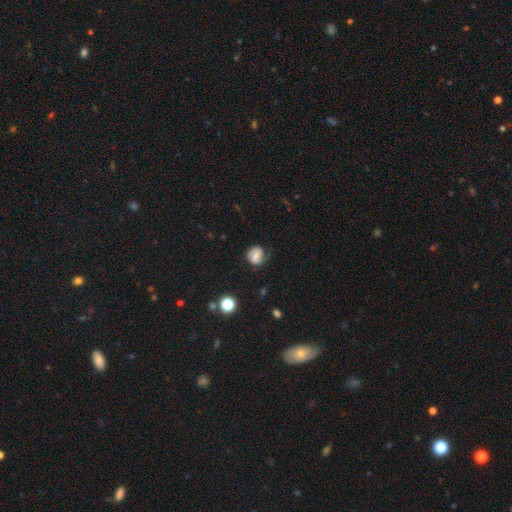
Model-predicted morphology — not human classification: Smooth or featured? Predicted: smooth (p=0.52). How rounded? Predicted: round (p=0.71). Merging? Predicted: none (p=0.61).